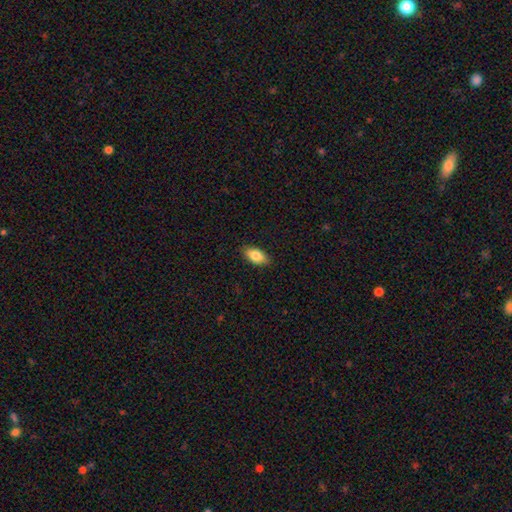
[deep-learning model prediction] Smooth or featured?
  - smooth: 82% *
  - featured or disk: 11%
  - star or artifact: 7%
How rounded?
  - in between: 90% *
  - cigar-shaped: 6%
  - round: 4%
Merging?
  - none: 87% *
  - minor disturbance: 10%
  - major disturbance: 2%
  - merger: 1%